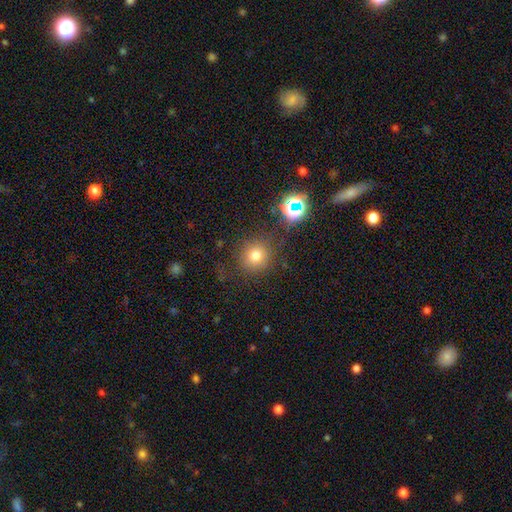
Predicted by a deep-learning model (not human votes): This is likely a smooth galaxy (74%). How rounded: clearly round (90%). Merging: clearly none (81%).